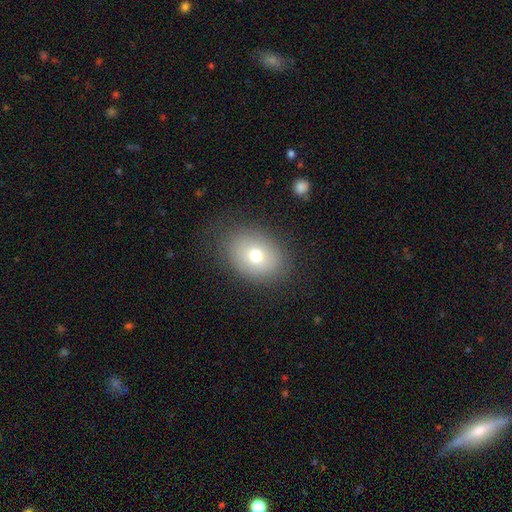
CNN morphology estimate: smooth_or_featured: smooth (p=0.71) [alt: featured or disk p=0.16]
how_rounded: in between (p=0.59) [alt: round p=0.41]
merging: none (p=0.80) [alt: minor disturbance p=0.13]